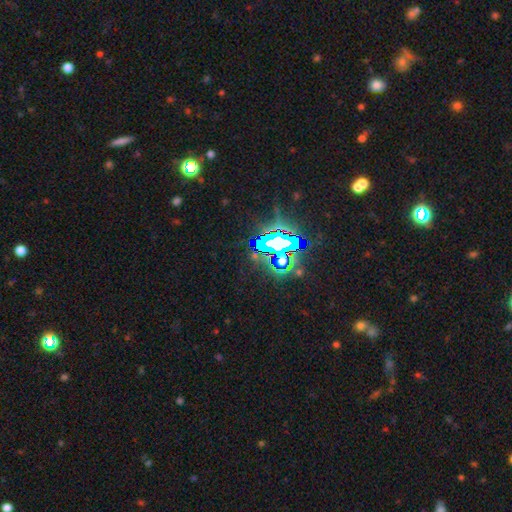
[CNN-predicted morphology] This appears to be a star or artifact, not a galaxy (81%).